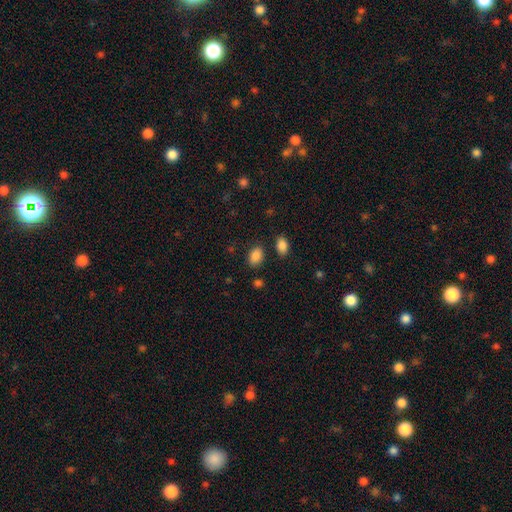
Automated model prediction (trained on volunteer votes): Smooth or featured? Predicted: smooth (p=0.87). How rounded? Predicted: in between (p=0.81). Merging? Predicted: none (p=0.81).